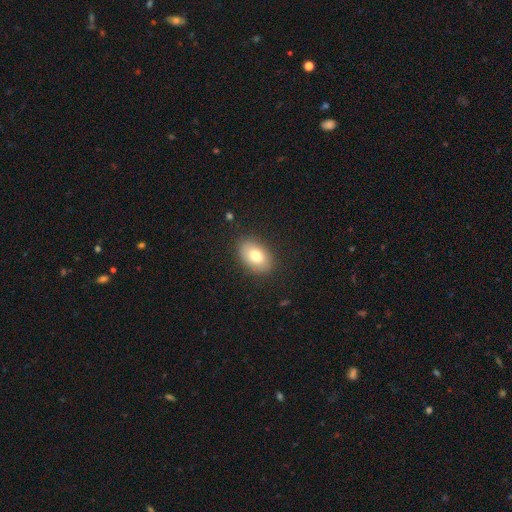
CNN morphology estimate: type=smooth (78%); roundness=in between (89%); merging=none (86%).